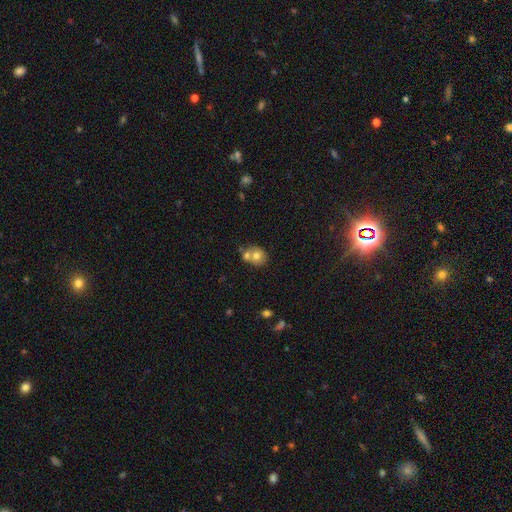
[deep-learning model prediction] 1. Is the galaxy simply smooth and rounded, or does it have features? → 68% smooth, 22% featured or disk, 11% star or artifact.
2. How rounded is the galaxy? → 70% round, 30% in between, 1% cigar-shaped.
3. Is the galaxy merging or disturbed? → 46% merger, 41% none, 10% minor disturbance, 4% major disturbance.